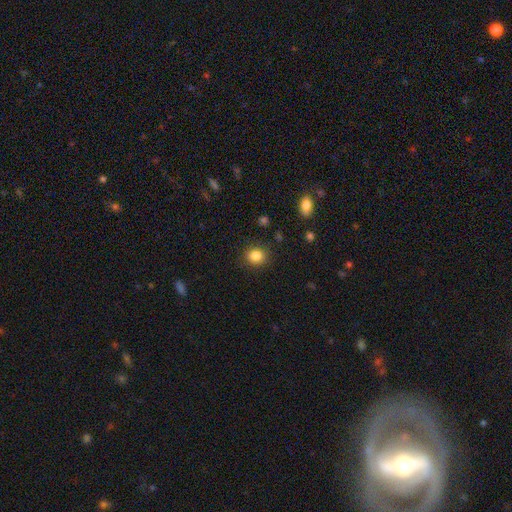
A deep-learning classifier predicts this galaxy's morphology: This is clearly a smooth galaxy (85%). How rounded: likely round (75%). Merging: clearly none (88%).